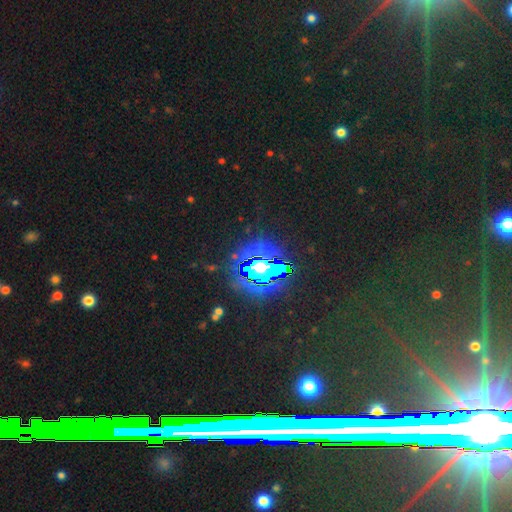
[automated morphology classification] Smooth or featured: star or artifact — 77% (smooth — 13%)